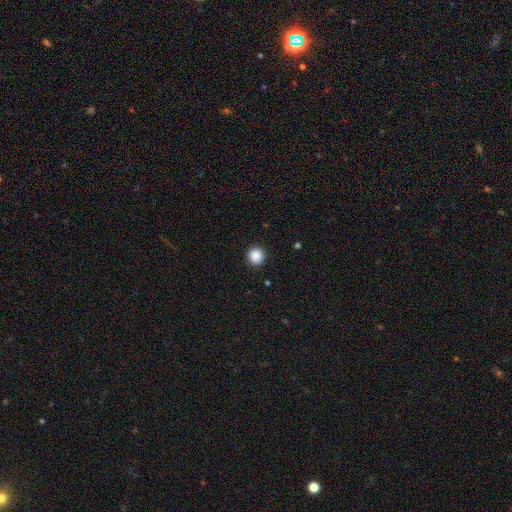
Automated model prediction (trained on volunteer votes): This appears to be a smooth galaxy with no disk features (88%) that is round (94%). Merging: none (91%).